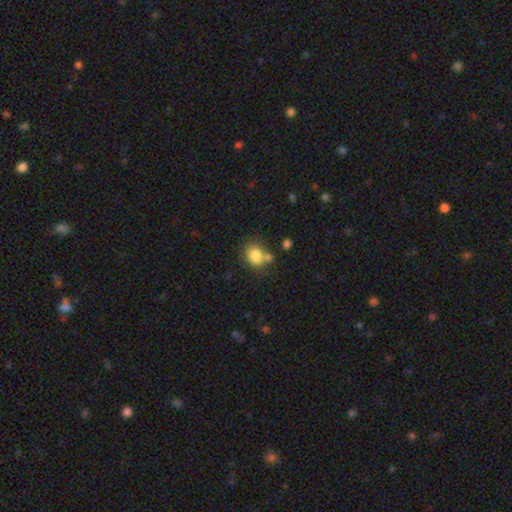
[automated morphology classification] Smooth or featured? Predicted: smooth (p=0.82). How rounded? Predicted: round (p=0.62). Merging? Predicted: none (p=0.57).